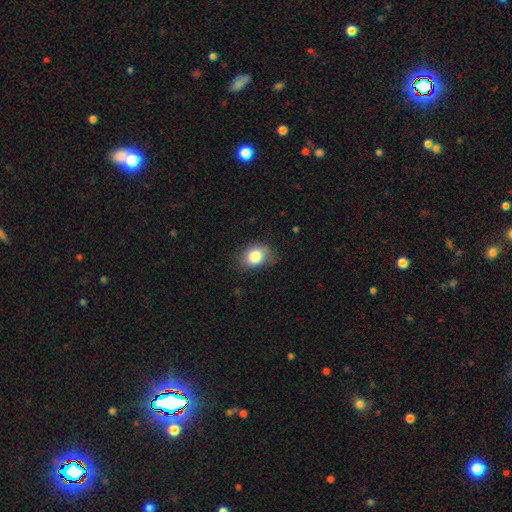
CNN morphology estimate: The model was most divided on "how rounded": in between: 69%, round: 30%, cigar-shaped: 1%. More confident: smooth or featured — smooth (83%); merging — none (70%).